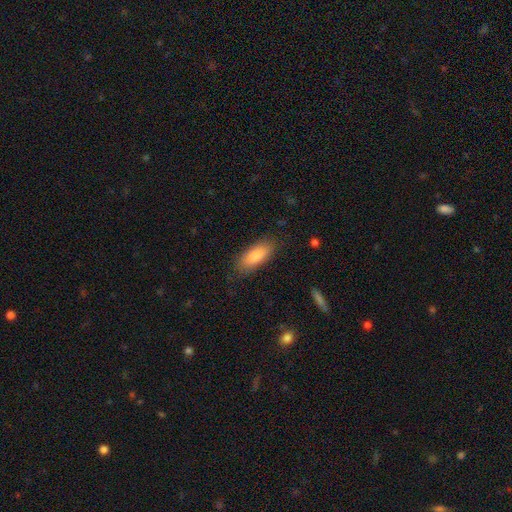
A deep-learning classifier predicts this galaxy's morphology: Q: Smooth or featured?
A: smooth (86%); runner-up: featured or disk (8%)
Q: How rounded?
A: in between (81%); runner-up: cigar-shaped (17%)
Q: Merging?
A: none (80%); runner-up: minor disturbance (14%)